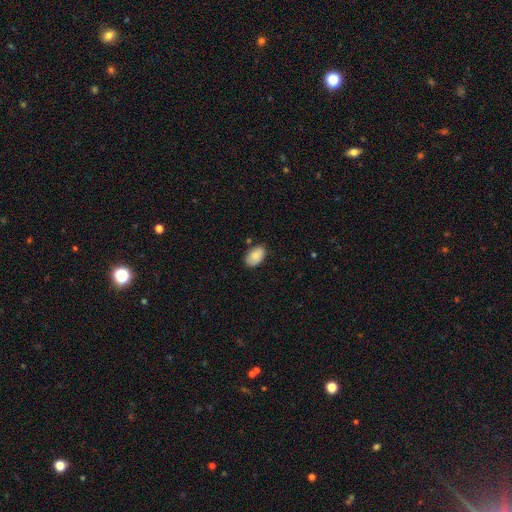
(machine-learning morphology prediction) This is clearly a smooth galaxy (80%). How rounded: clearly in between (90%). Merging: likely none (77%).